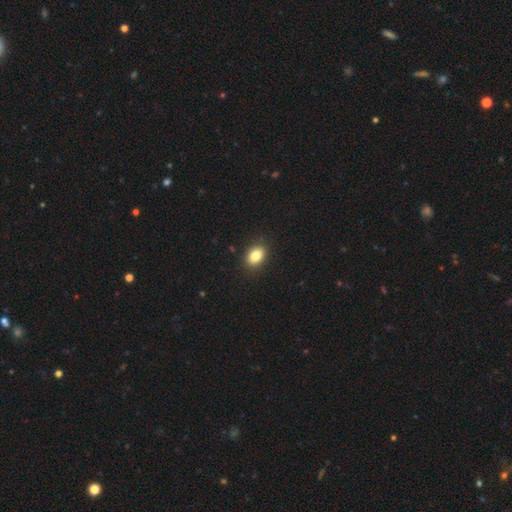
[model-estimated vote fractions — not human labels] smooth_or_featured: smooth (p=0.84) [alt: star or artifact p=0.09]
how_rounded: in between (p=0.76) [alt: round p=0.22]
merging: none (p=0.89) [alt: minor disturbance p=0.08]